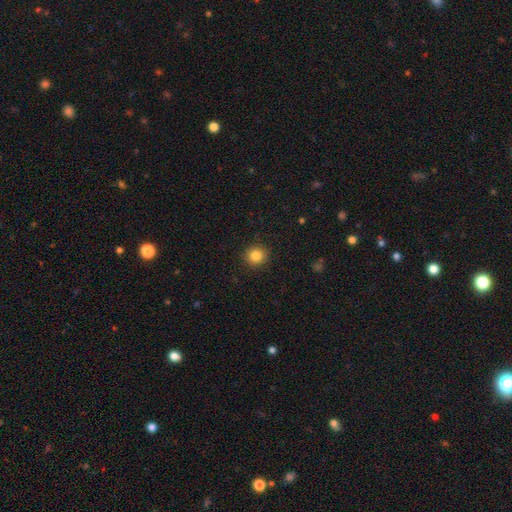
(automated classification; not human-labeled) smooth_or_featured: smooth (p=0.85) [alt: star or artifact p=0.10]
how_rounded: round (p=0.91) [alt: in between p=0.08]
merging: none (p=0.91) [alt: minor disturbance p=0.06]